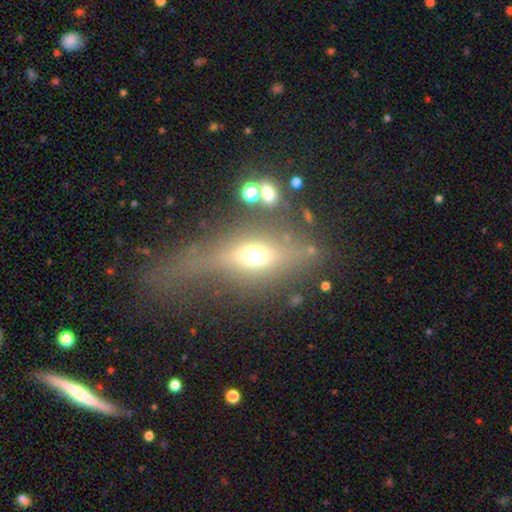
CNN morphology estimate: This is possibly a featured or disk galaxy (47%). Merging: marginally none (42%).